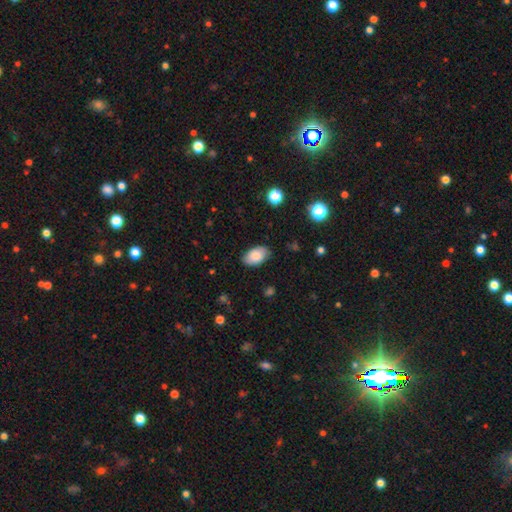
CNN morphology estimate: This appears to be a smooth galaxy with no disk features (84%) that is in between round and cigar-shaped (93%). Merging: none (84%).